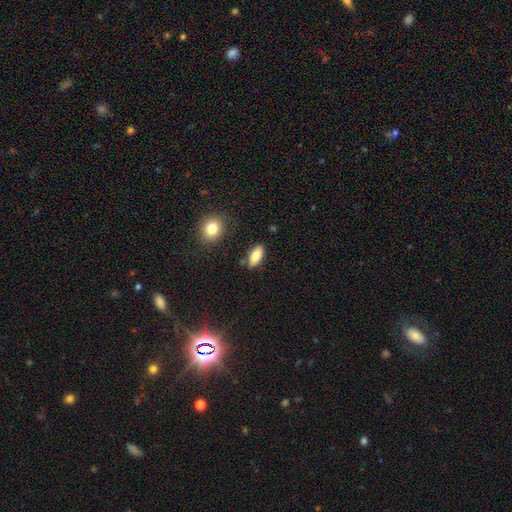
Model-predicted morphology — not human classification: The model was most divided on "smooth or featured": smooth: 81%, featured or disk: 12%, star or artifact: 7%. More confident: how rounded — in between (86%); merging — none (84%).